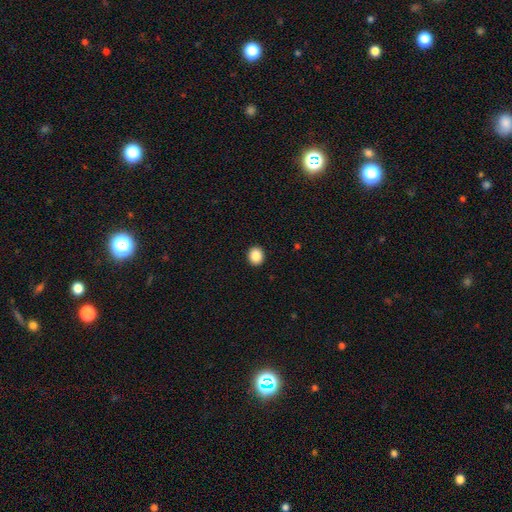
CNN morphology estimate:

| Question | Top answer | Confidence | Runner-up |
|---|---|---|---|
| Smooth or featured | smooth | 88% | star or artifact (9%) |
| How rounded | round | 76% | in between (23%) |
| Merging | none | 93% | minor disturbance (5%) |